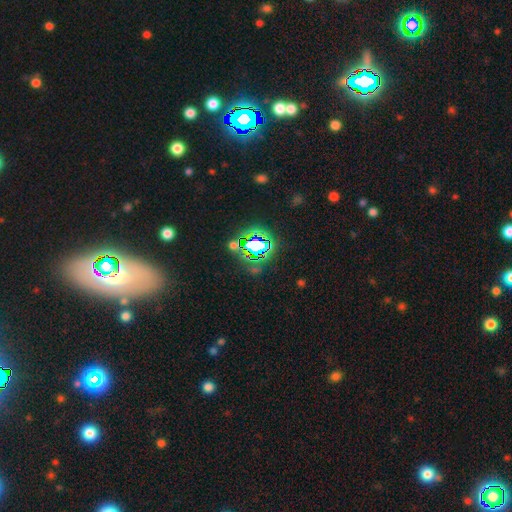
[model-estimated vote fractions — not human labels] Smooth or featured? Predicted: star or artifact (p=0.61).